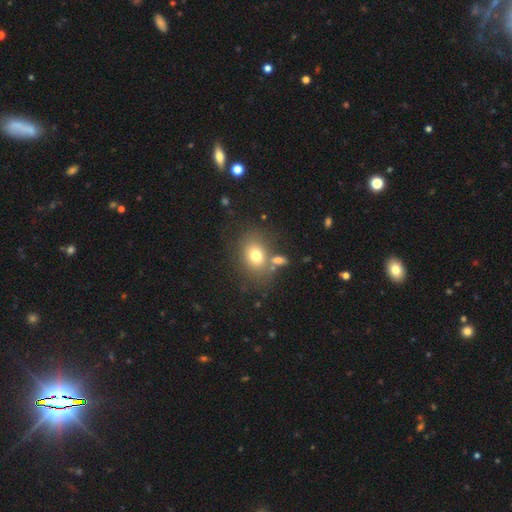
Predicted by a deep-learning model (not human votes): Smooth or featured? smooth (74%)
How rounded? in between (60%)
Merging? none (64%)